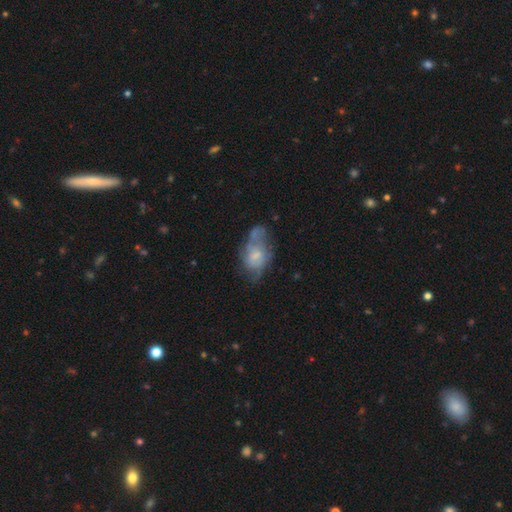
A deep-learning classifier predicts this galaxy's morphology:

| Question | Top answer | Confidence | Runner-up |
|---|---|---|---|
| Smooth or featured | featured or disk | 51% | smooth (40%) |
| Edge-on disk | no | 95% | yes (5%) |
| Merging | none | 33% | major disturbance (30%) |